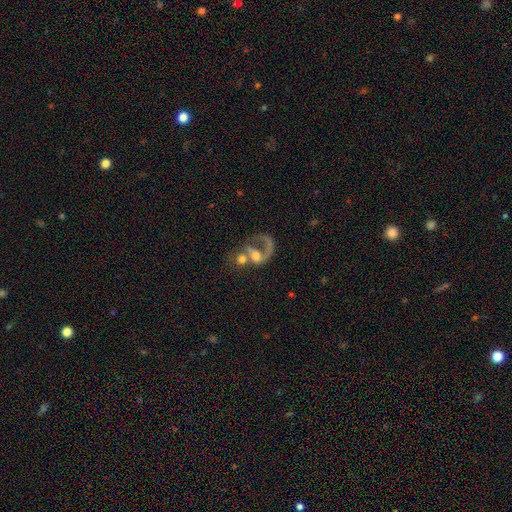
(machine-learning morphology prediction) smooth_or_featured: featured or disk (p=0.61) [alt: smooth p=0.30]
disk_edge_on: no (p=0.97) [alt: yes p=0.03]
bar: no (p=0.71) [alt: weak p=0.23]
has_spiral_arms: yes (p=0.67) [alt: no p=0.33]
bulge_size: moderate (p=0.48) [alt: small p=0.19]
merging: merger (p=0.52) [alt: major disturbance p=0.23]